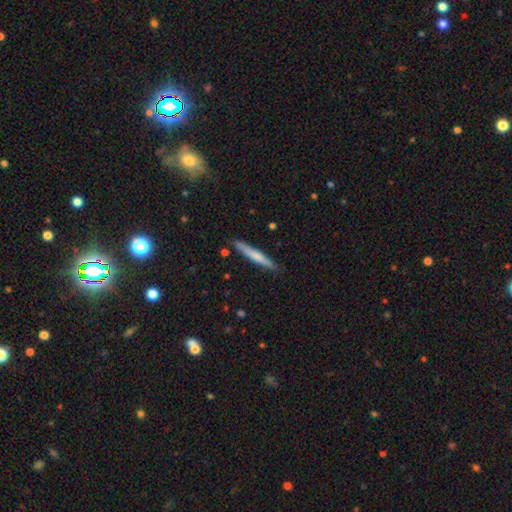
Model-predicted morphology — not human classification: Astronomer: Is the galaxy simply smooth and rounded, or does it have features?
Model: smooth — 61%.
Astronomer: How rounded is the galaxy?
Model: cigar-shaped — 95%.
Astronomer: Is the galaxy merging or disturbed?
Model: none — 87%.